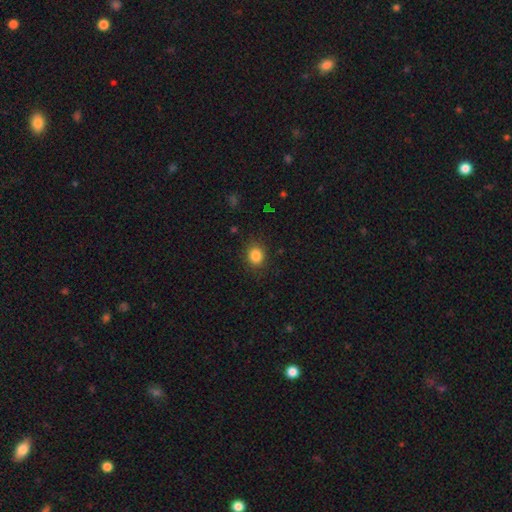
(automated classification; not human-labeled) smooth 85%, star or artifact 11%, featured or disk 5%. Down the decision tree: how rounded — round (72%); merging — none (86%).